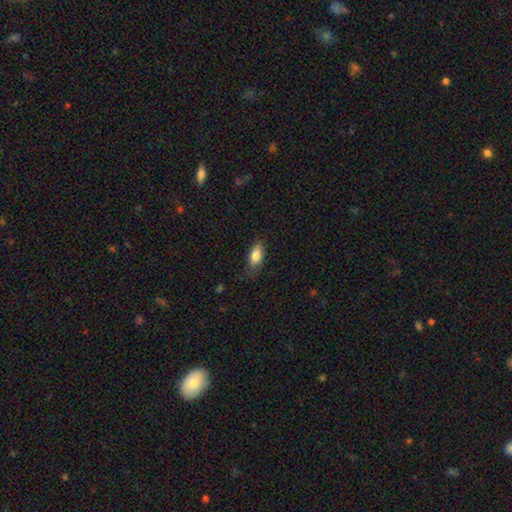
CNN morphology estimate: Smooth or featured? smooth (83%)
How rounded? in between (86%)
Merging? none (71%)